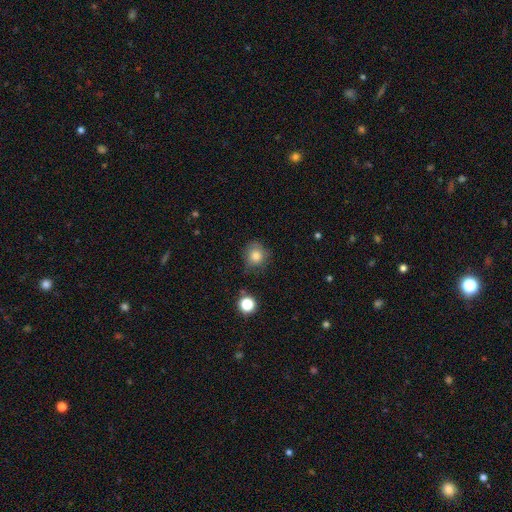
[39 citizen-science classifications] This appears to be a smooth galaxy with no disk features (92%) that is round (86%). Merging: none (73%).